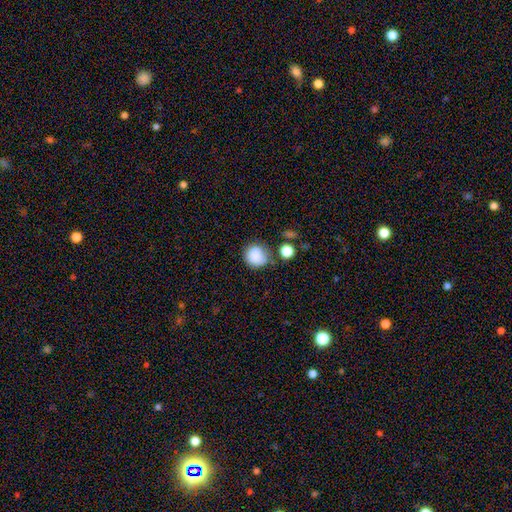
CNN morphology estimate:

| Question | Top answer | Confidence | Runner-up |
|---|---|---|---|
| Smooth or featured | smooth | 86% | star or artifact (9%) |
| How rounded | round | 87% | in between (12%) |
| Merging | none | 70% | minor disturbance (17%) |